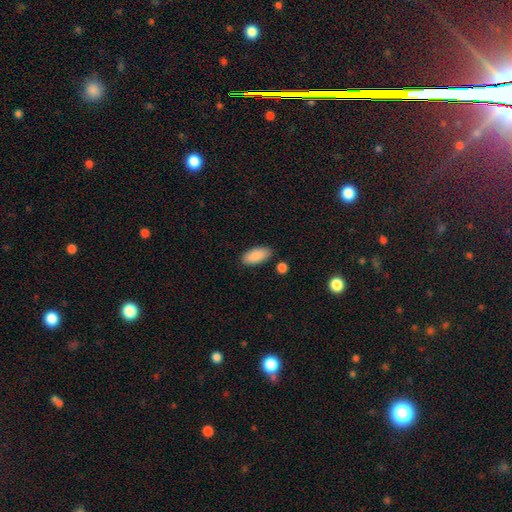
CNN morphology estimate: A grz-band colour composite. It shows a smooth galaxy with no disk features (89%) that is in between round and cigar-shaped (91%). Merging: none (83%).